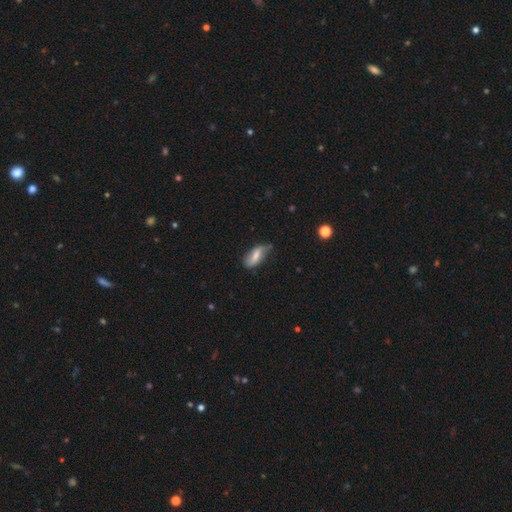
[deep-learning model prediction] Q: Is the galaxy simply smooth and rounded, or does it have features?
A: smooth — 52%.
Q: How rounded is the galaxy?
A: in between — 81%.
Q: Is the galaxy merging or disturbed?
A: none — 53%.